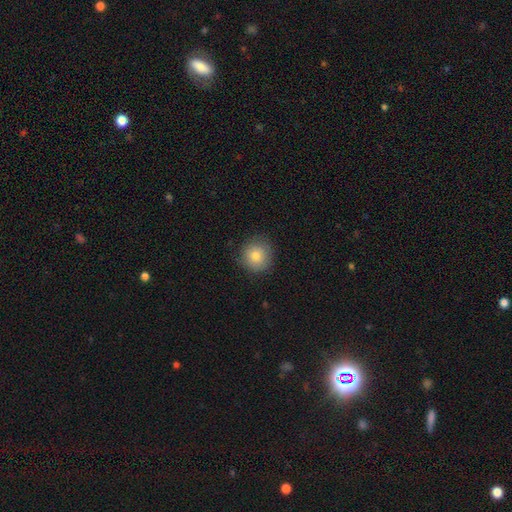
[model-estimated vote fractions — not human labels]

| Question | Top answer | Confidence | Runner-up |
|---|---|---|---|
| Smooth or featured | smooth | 78% | featured or disk (12%) |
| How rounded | round | 93% | in between (6%) |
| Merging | none | 83% | minor disturbance (13%) |